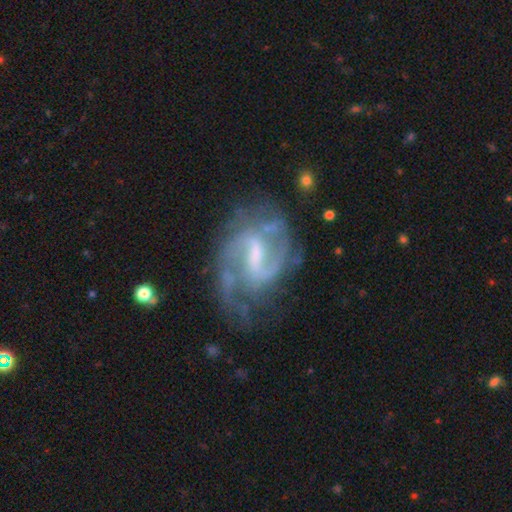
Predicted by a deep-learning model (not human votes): A featured or disk galaxy (88%) with a weak bar (53%), 2 (69%) medium (52%) spiral arms (95%) and a small central bulge (38%).

Vote fractions:
- Smooth or featured? featured or disk: 88% / star or artifact: 6% / smooth: 6%
- Edge-on disk? no: 97% / yes: 3%
- Bar? weak: 53% / strong: 36% / no: 11%
- Spiral arms? yes: 95% / no: 5%
- Spiral winding? medium: 52% / loose: 24% / tight: 23%
- Spiral arm count? 2: 69% / can't tell: 12% / 3: 9% / 1: 4% / 4: 3% / more than 4: 2%
- Bulge size? small: 38% / moderate: 34% / none: 22% / large: 4% / dominant: 1%
- Merging? none: 57% / minor disturbance: 22% / major disturbance: 18% / merger: 3%